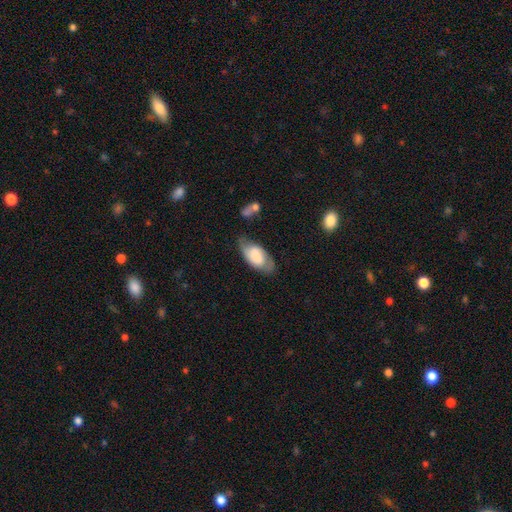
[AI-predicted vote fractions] Q: Smooth or featured?
A: smooth (58%); runner-up: featured or disk (35%)
Q: How rounded?
A: in between (92%); runner-up: cigar-shaped (5%)
Q: Merging?
A: none (60%); runner-up: minor disturbance (27%)